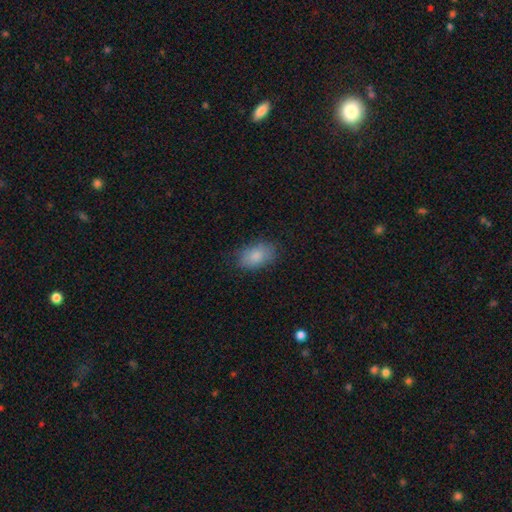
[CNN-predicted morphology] smooth 84%, featured or disk 9%, star or artifact 7%. Down the decision tree: how rounded — in between (90%); merging — none (78%).